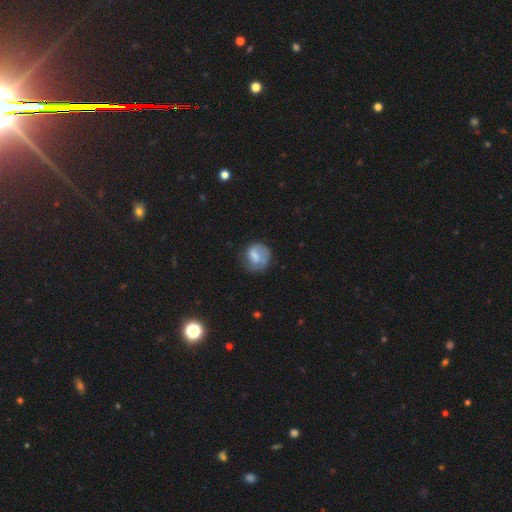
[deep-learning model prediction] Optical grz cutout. It shows a smooth galaxy with no disk features (67%) that is round (76%). Merging: none (57%).